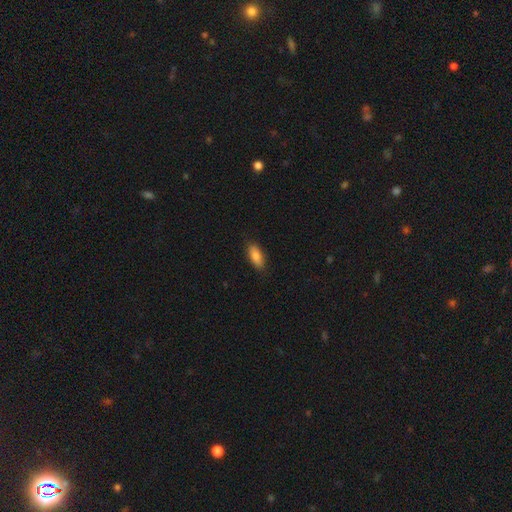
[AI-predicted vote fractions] This appears to be a smooth galaxy with no disk features (84%) that is in between round and cigar-shaped (81%). Merging: none (85%).